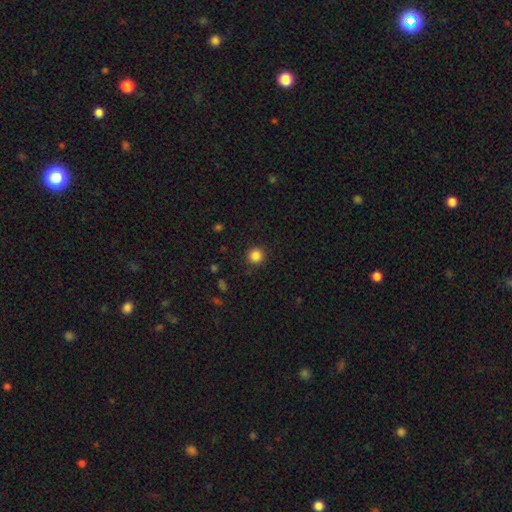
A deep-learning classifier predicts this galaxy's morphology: The model was most divided on "smooth or featured": smooth: 86%, star or artifact: 11%, featured or disk: 3%. More confident: how rounded — round (94%); merging — none (90%).